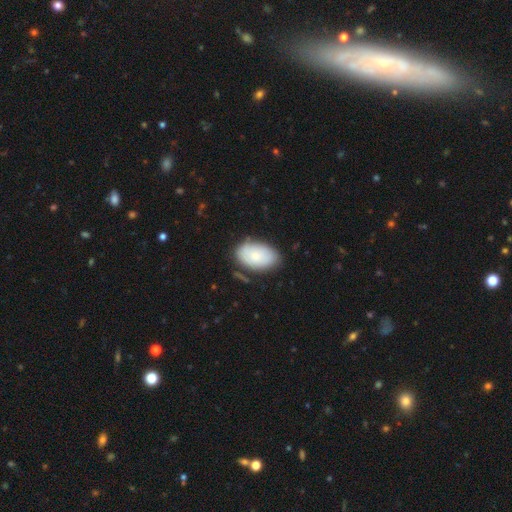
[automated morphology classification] This appears to be a smooth galaxy with no disk features (81%) that is in between round and cigar-shaped (94%). Merging: none (77%).